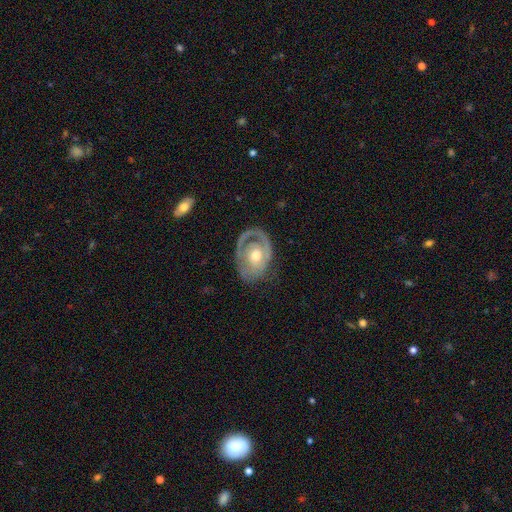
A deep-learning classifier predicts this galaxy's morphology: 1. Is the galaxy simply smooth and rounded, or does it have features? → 76% featured or disk, 19% smooth, 5% star or artifact.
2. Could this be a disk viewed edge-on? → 95% no, 5% yes.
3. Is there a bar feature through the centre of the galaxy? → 77% no, 19% weak, 5% strong.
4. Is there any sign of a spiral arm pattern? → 75% yes, 25% no.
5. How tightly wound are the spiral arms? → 60% tight, 27% medium, 13% loose.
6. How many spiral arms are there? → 58% 1, 21% 2, 16% can't tell, 3% 3, 1% 4, 1% more than 4.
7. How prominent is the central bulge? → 68% moderate, 22% small, 7% large, 1% none, 1% dominant.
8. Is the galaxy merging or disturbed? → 63% none, 21% minor disturbance, 14% major disturbance, 2% merger.